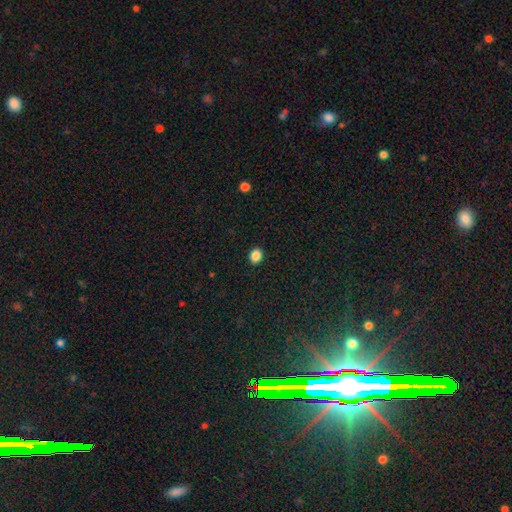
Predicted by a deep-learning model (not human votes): Smooth or featured?
  - smooth: 87% *
  - star or artifact: 10%
  - featured or disk: 3%
How rounded?
  - in between: 51% *
  - round: 48%
  - cigar-shaped: 1%
Merging?
  - none: 91% *
  - minor disturbance: 6%
  - major disturbance: 2%
  - merger: 1%